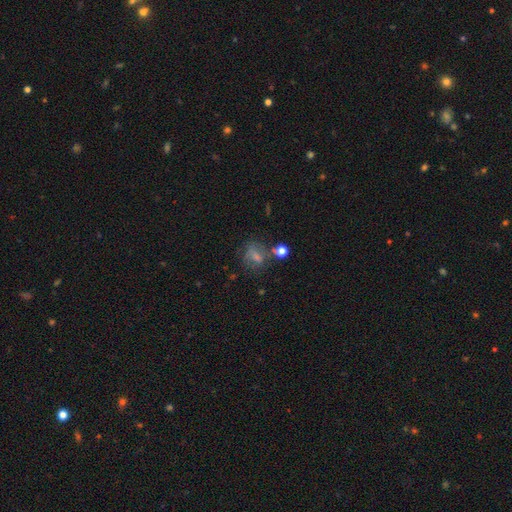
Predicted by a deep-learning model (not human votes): Smooth or featured: smooth — 55% (featured or disk — 27%)
How rounded: in between — 50% (round — 47%)
Merging: none — 43% (minor disturbance — 22%)